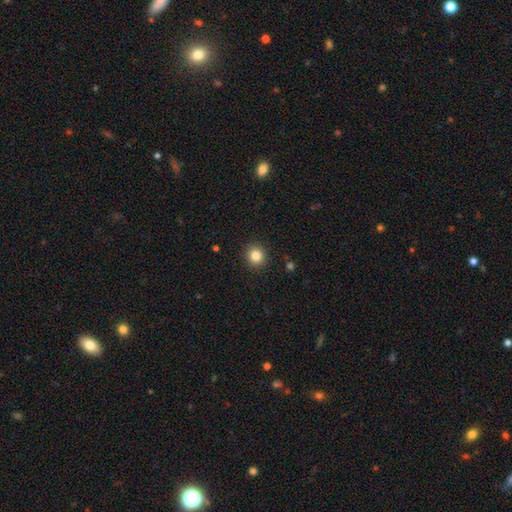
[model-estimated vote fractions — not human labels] Overall: smooth (84%). How rounded: round (90%). Merging: none (92%).